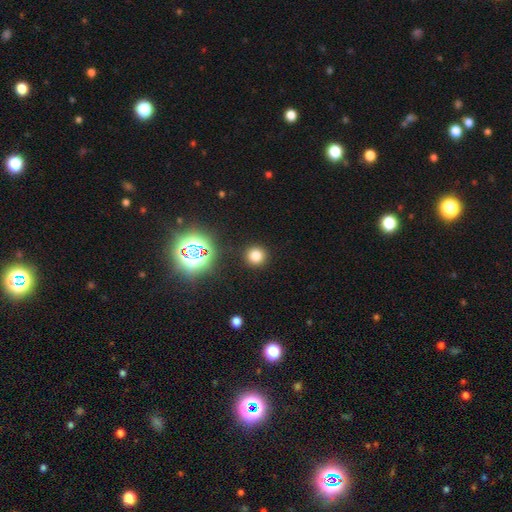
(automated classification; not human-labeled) Smooth or featured?
  - smooth: 74% *
  - star or artifact: 20%
  - featured or disk: 6%
How rounded?
  - round: 93% *
  - in between: 6%
  - cigar-shaped: 1%
Merging?
  - none: 91% *
  - minor disturbance: 6%
  - major disturbance: 2%
  - merger: 2%